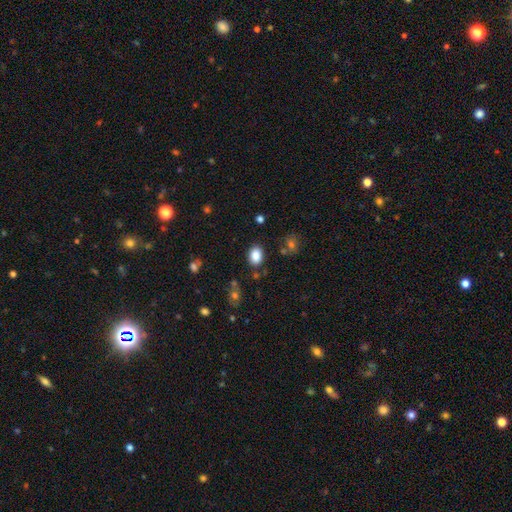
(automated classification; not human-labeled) A smooth galaxy with no disk features (87%) that is in between round and cigar-shaped (78%).

Vote fractions:
- Smooth or featured? smooth: 87% / star or artifact: 9% / featured or disk: 5%
- How rounded? in between: 78% / round: 20% / cigar-shaped: 1%
- Merging? none: 83% / minor disturbance: 10% / merger: 3% / major disturbance: 3%